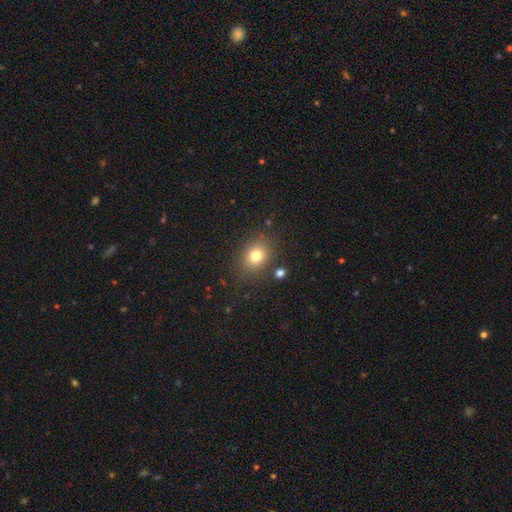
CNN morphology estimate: This is likely a smooth galaxy (79%). How rounded: possibly round (52%). Merging: clearly none (81%).